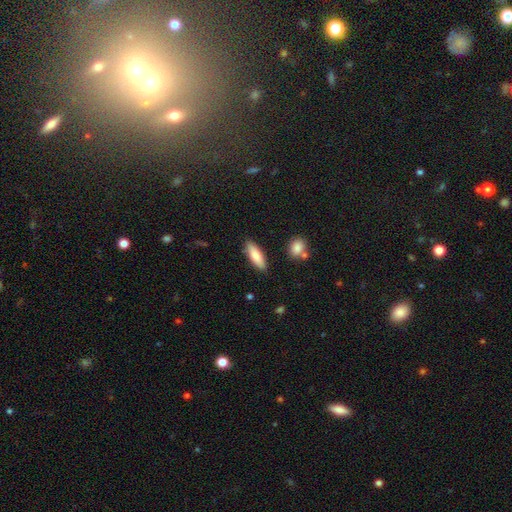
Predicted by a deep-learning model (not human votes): This appears to be a smooth galaxy with no disk features (83%) that is in between round and cigar-shaped (53%). Merging: none (86%).